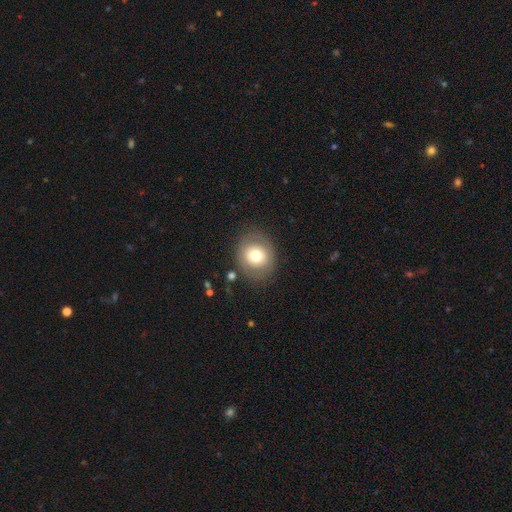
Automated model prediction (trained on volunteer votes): Q: Smooth or featured?
A: smooth (68%); runner-up: featured or disk (23%)
Q: How rounded?
A: round (72%); runner-up: in between (27%)
Q: Merging?
A: none (81%); runner-up: minor disturbance (12%)